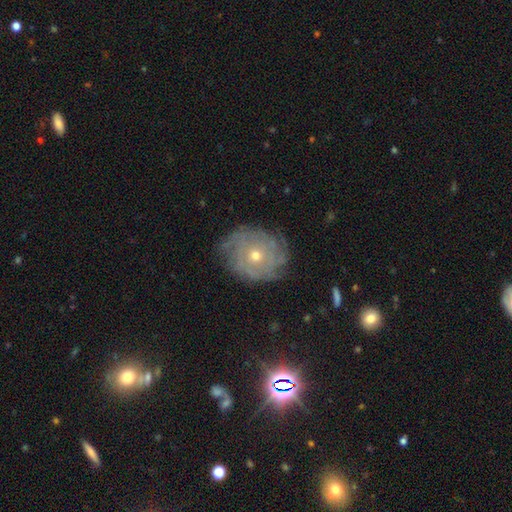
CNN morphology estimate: A featured or disk galaxy (75%) with no bar (85%), tight (75%) spiral arms (88%) and a moderate central bulge (49%).

Vote fractions:
- Smooth or featured? featured or disk: 75% / smooth: 15% / star or artifact: 9%
- Edge-on disk? no: 97% / yes: 3%
- Bar? no: 85% / weak: 12% / strong: 3%
- Spiral arms? yes: 88% / no: 12%
- Spiral winding? tight: 75% / medium: 18% / loose: 6%
- Spiral arm count? can't tell: 49% / 4: 12% / 3: 12% / 2: 10% / more than 4: 10% / 1: 6%
- Bulge size? moderate: 49% / small: 48% / large: 1% / none: 1% / dominant: 1%
- Merging? none: 76% / minor disturbance: 17% / major disturbance: 6% / merger: 1%